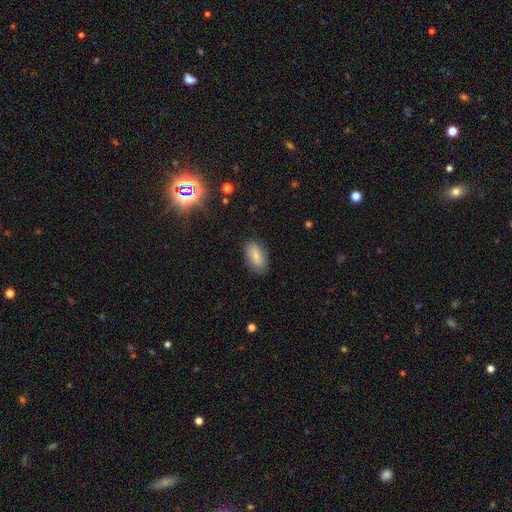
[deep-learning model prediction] Smooth or featured: smooth — 74% (featured or disk — 19%)
How rounded: in between — 92% (round — 4%)
Merging: none — 83% (minor disturbance — 13%)